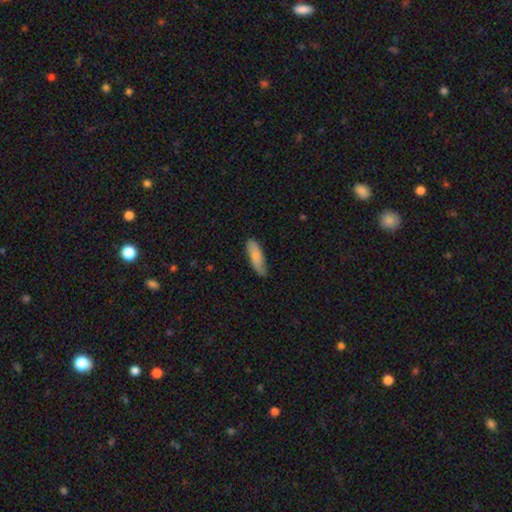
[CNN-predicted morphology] The model was most divided on "how rounded" (2-way tie): cigar-shaped: 49%, in between: 49%, round: 2%. More confident: smooth or featured — smooth (77%); merging — none (77%).